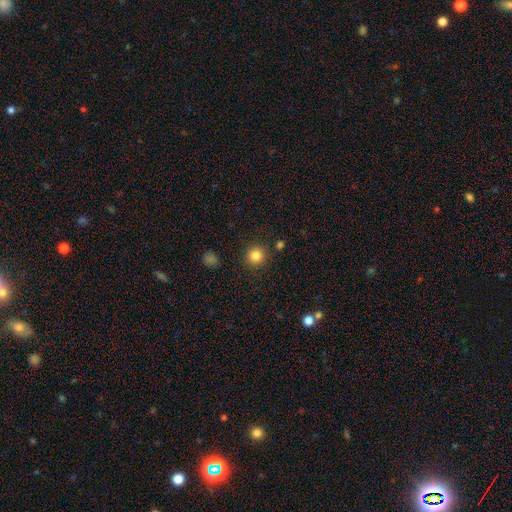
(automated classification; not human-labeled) The model was most divided on "smooth or featured": smooth: 84%, star or artifact: 12%, featured or disk: 5%. More confident: how rounded — round (94%); merging — none (90%).